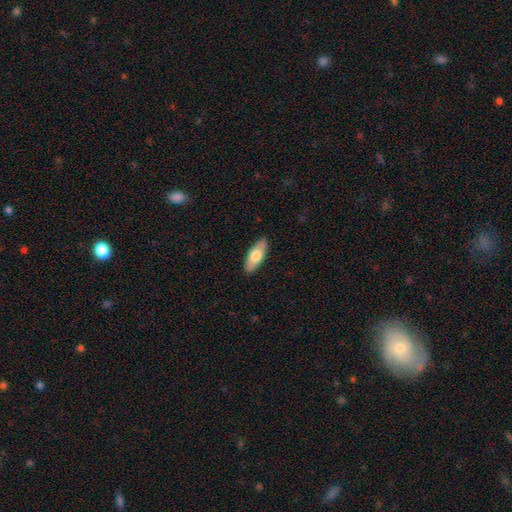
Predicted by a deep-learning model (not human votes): smooth-or-featured: smooth: 71% | featured or disk: 23% | star or artifact: 5%
  how-rounded: in between: 77% | cigar-shaped: 21% | round: 2%
  merging: none: 89% | minor disturbance: 9% | major disturbance: 2% | merger: 1%